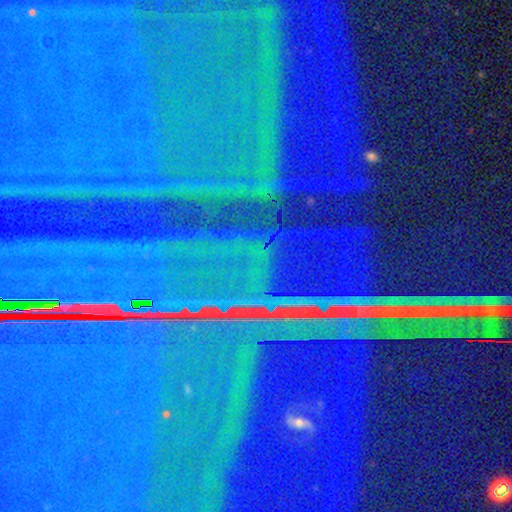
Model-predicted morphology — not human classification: The model was most divided on "smooth or featured": star or artifact: 87%, featured or disk: 7%, smooth: 5%.